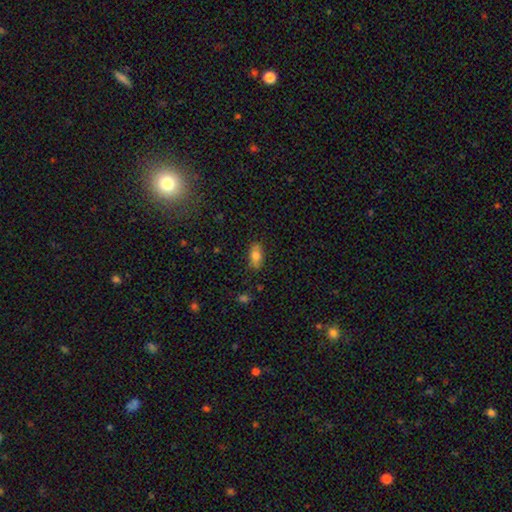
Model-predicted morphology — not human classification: Smooth or featured?
  - smooth: 78% *
  - featured or disk: 14%
  - star or artifact: 8%
How rounded?
  - in between: 87% *
  - cigar-shaped: 8%
  - round: 5%
Merging?
  - none: 83% *
  - minor disturbance: 13%
  - major disturbance: 3%
  - merger: 1%